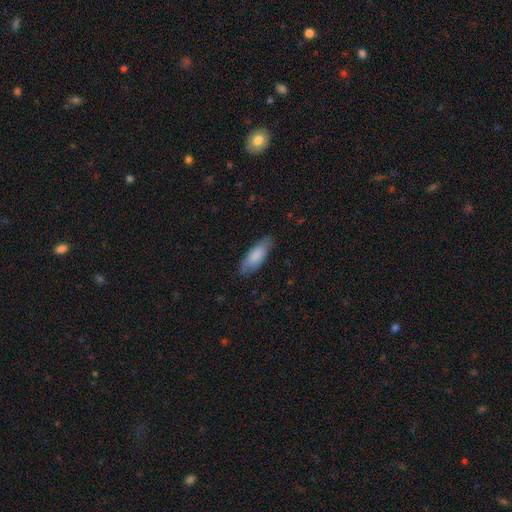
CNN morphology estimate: smooth 82%, featured or disk 13%, star or artifact 5%. Down the decision tree: how rounded — in between (69%); merging — none (78%).